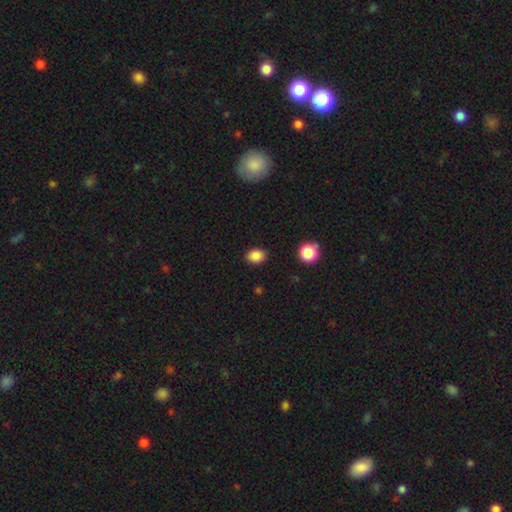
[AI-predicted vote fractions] smooth 86%, star or artifact 10%, featured or disk 4%. Down the decision tree: how rounded — in between (63%); merging — none (88%).